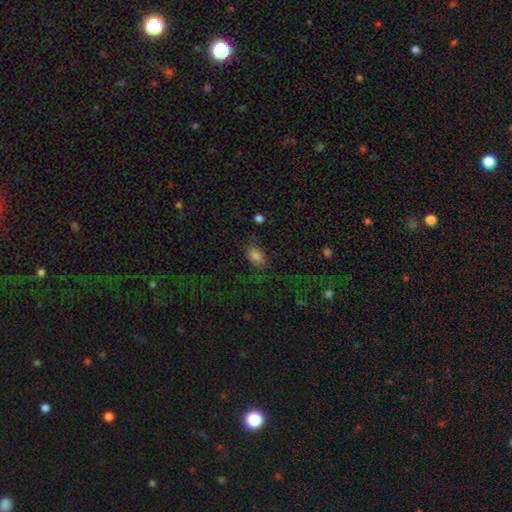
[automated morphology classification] Overall: smooth (81%). How rounded: in between (85%). Merging: none (73%).